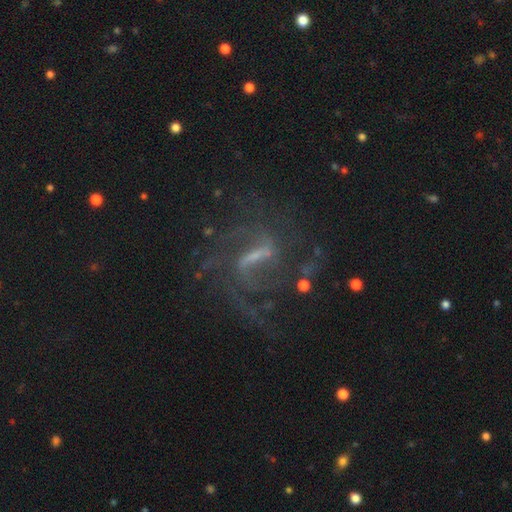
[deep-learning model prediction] Smooth or featured?
  - featured or disk: 84% *
  - star or artifact: 10%
  - smooth: 6%
Edge-on disk?
  - no: 95% *
  - yes: 5%
Bar?
  - strong: 52% *
  - weak: 37%
  - no: 11%
Spiral arms?
  - yes: 92% *
  - no: 8%
Spiral winding?
  - medium: 45% *
  - loose: 33%
  - tight: 22%
Spiral arm count?
  - 2: 40% *
  - can't tell: 24%
  - 3: 14%
  - 4: 8%
  - 1: 7%
  - more than 4: 6%
Bulge size?
  - small: 48% *
  - none: 26%
  - moderate: 22%
  - large: 3%
  - dominant: 1%
Merging?
  - none: 58% *
  - major disturbance: 22%
  - minor disturbance: 16%
  - merger: 4%